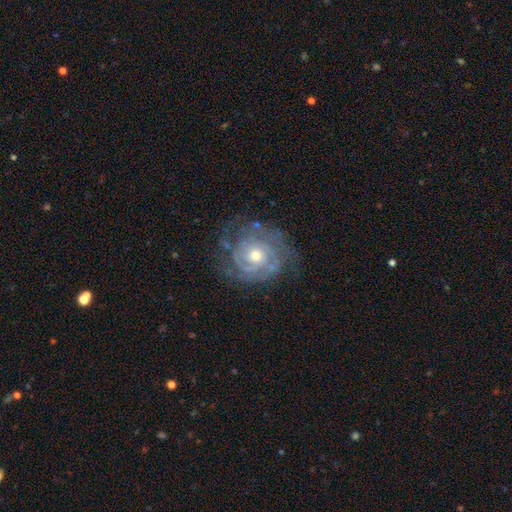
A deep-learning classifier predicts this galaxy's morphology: Smooth or featured: featured or disk — 84% (smooth — 10%)
Edge-on disk: no — 97% (yes — 3%)
Bar: no — 79% (weak — 17%)
Spiral arms: yes — 92% (no — 8%)
Spiral winding: tight — 72% (medium — 22%)
Spiral arm count: can't tell — 35% (2 — 26%)
Bulge size: moderate — 61% (small — 34%)
Merging: none — 69% (minor disturbance — 19%)